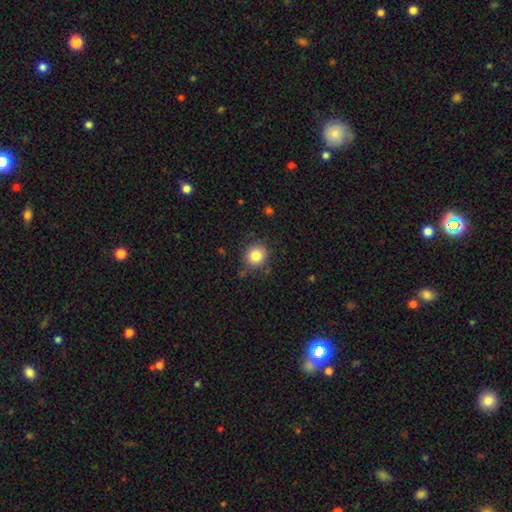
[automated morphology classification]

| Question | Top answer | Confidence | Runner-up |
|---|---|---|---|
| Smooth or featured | smooth | 83% | star or artifact (11%) |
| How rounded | round | 89% | in between (10%) |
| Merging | none | 83% | minor disturbance (12%) |